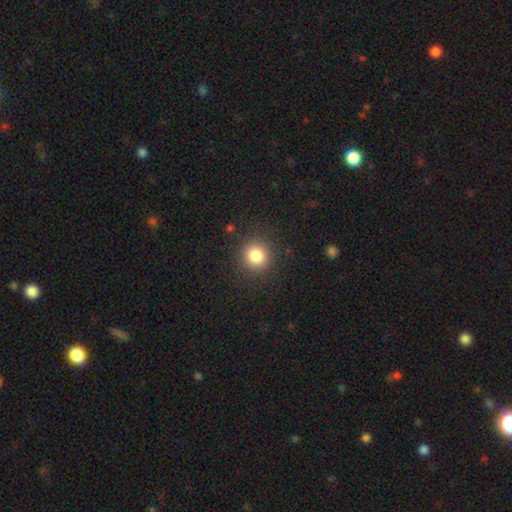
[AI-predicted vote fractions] Morphology: type=smooth (83%); roundness=round (89%); merging=none (89%).